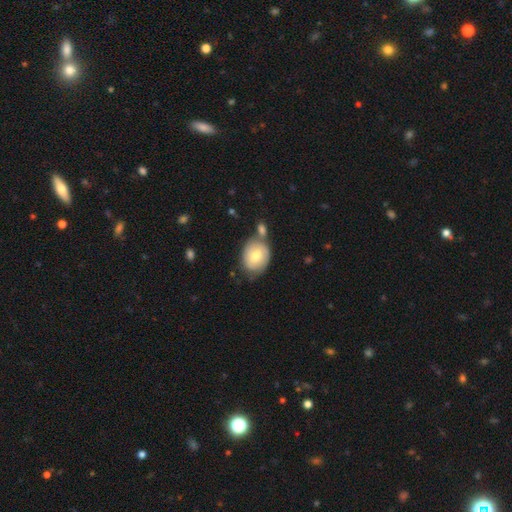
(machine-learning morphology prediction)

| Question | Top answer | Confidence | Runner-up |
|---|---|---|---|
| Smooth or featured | smooth | 65% | featured or disk (29%) |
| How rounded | round | 58% | in between (41%) |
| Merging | none | 52% | merger (23%) |